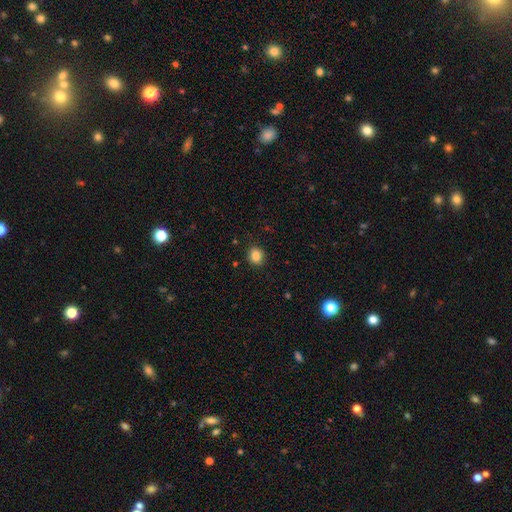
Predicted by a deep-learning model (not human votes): Smooth or featured? smooth (85%)
How rounded? round (70%)
Merging? none (88%)